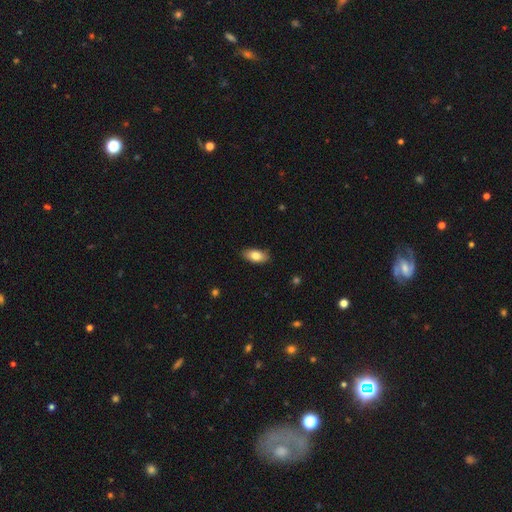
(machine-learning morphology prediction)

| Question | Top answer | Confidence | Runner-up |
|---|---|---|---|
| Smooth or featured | smooth | 80% | featured or disk (13%) |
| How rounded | in between | 89% | cigar-shaped (7%) |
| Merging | none | 86% | minor disturbance (11%) |